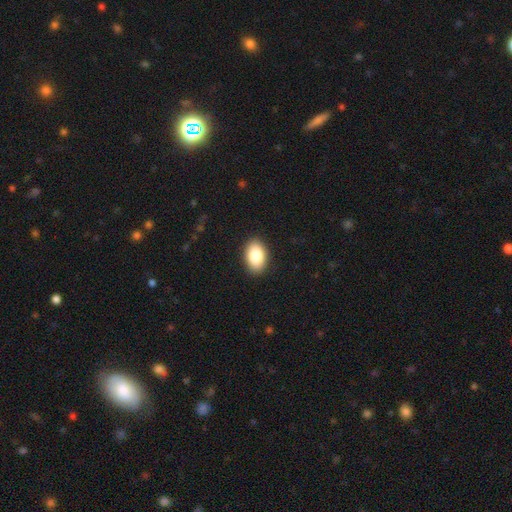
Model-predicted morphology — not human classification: Smooth or featured: smooth — 85% (featured or disk — 8%)
How rounded: in between — 90% (round — 9%)
Merging: none — 89% (minor disturbance — 8%)